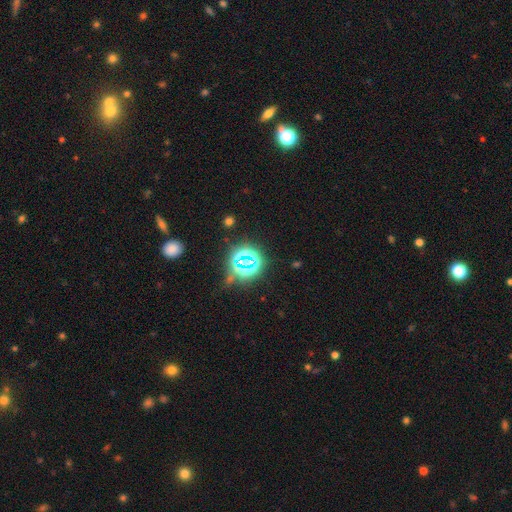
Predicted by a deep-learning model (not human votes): Smooth or featured? star or artifact (74%)